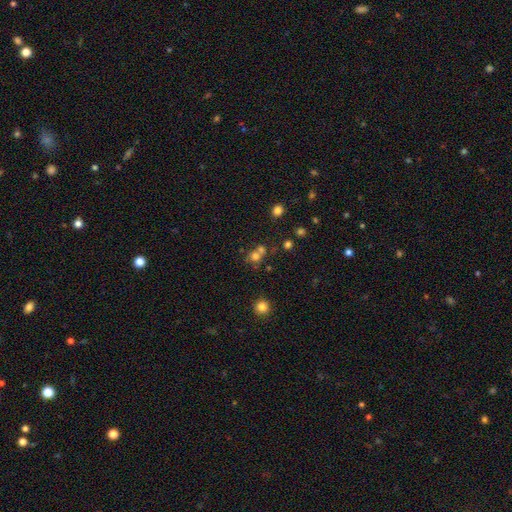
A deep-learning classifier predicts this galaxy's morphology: Overall: smooth (70%). How rounded: round (83%). Merging: none (46%; merger 43%).